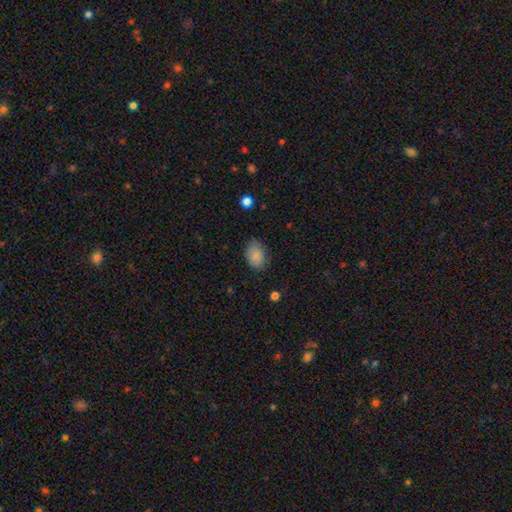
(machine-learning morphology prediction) Overall: smooth (86%). How rounded: in between (81%). Merging: none (70%).